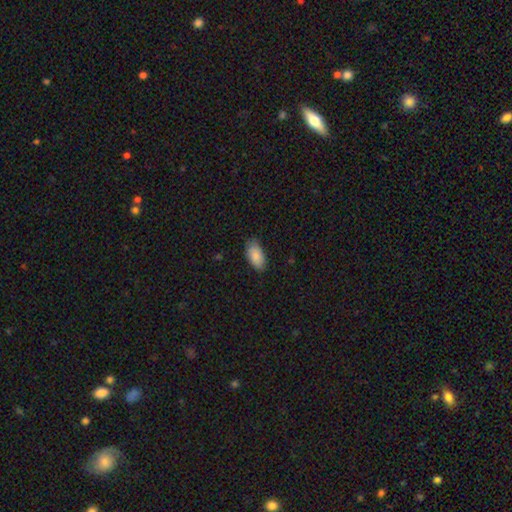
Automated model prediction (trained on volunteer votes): A smooth galaxy with no disk features (88%) that is in between round and cigar-shaped (94%). Merging: none (80%).